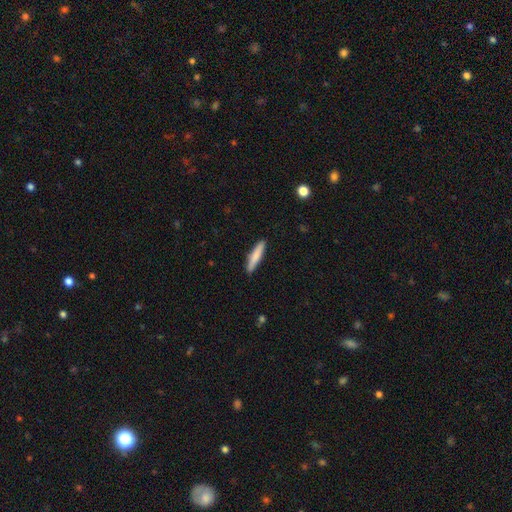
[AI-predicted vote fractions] This appears to be a smooth galaxy with no disk features (77%) that is cigar-shaped (90%). Merging: none (89%).